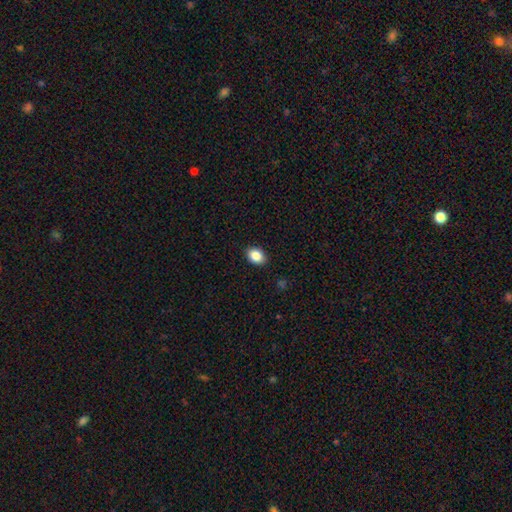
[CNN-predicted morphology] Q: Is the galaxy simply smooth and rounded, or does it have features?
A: smooth — 86%.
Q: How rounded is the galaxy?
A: in between — 65%.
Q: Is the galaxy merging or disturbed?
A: none — 89%.